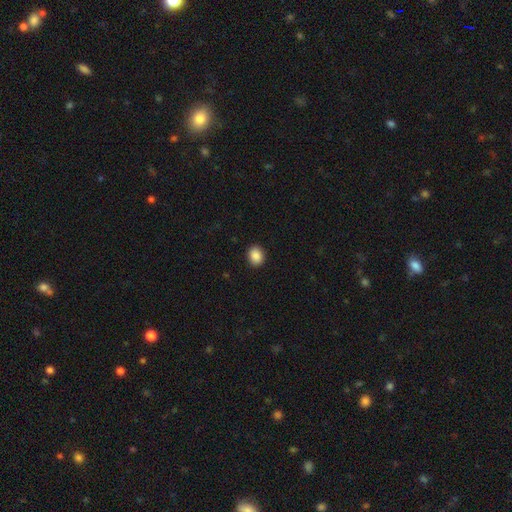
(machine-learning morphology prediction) Q: Smooth or featured?
A: smooth (88%); runner-up: star or artifact (9%)
Q: How rounded?
A: round (56%); runner-up: in between (43%)
Q: Merging?
A: none (91%); runner-up: minor disturbance (6%)